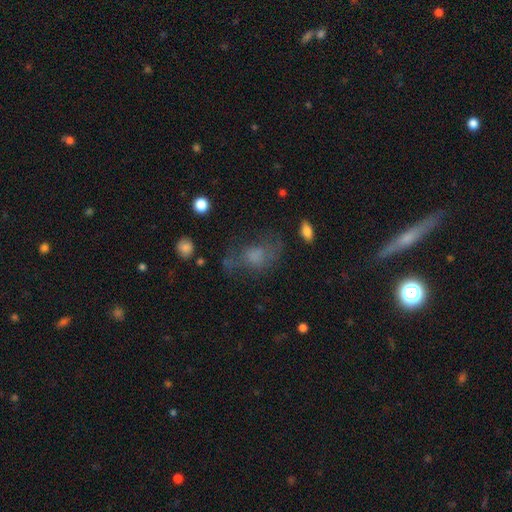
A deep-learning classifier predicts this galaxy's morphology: Q: Smooth or featured?
A: smooth (47%); runner-up: featured or disk (34%)
Q: Merging?
A: none (48%); runner-up: major disturbance (27%)